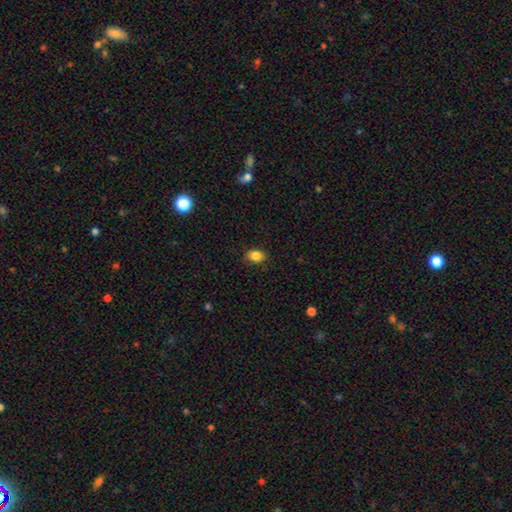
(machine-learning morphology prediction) Smooth or featured: smooth — 86% (star or artifact — 10%)
How rounded: in between — 65% (round — 33%)
Merging: none — 86% (minor disturbance — 11%)